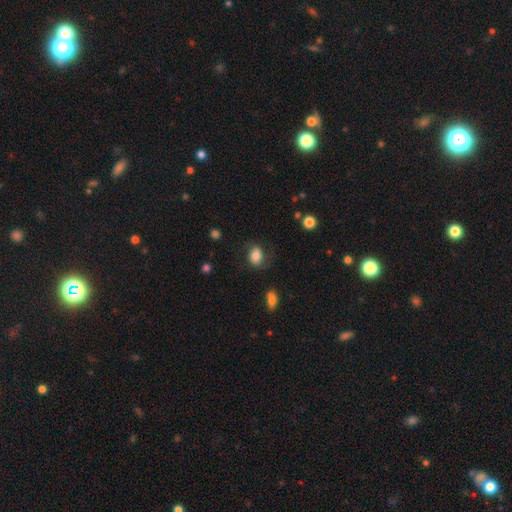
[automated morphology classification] A smooth galaxy with no disk features (76%) that is in between round and cigar-shaped (63%). Merging: none (68%).